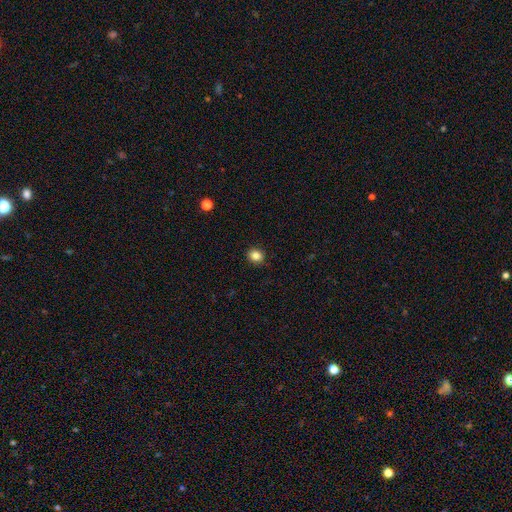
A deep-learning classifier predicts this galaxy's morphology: Q: Smooth or featured?
A: smooth (84%); runner-up: star or artifact (11%)
Q: How rounded?
A: round (68%); runner-up: in between (31%)
Q: Merging?
A: none (90%); runner-up: minor disturbance (7%)